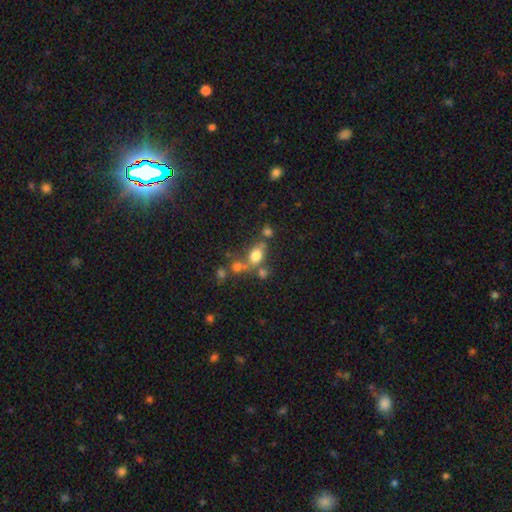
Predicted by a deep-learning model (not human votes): Smooth or featured? smooth (72%)
How rounded? in between (62%)
Merging? none (47%)